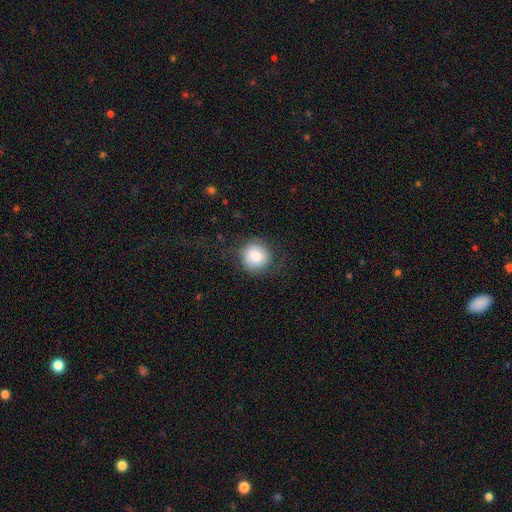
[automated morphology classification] Smooth or featured? Predicted: smooth (p=0.77). How rounded? Predicted: round (p=0.91). Merging? Predicted: none (p=0.72).